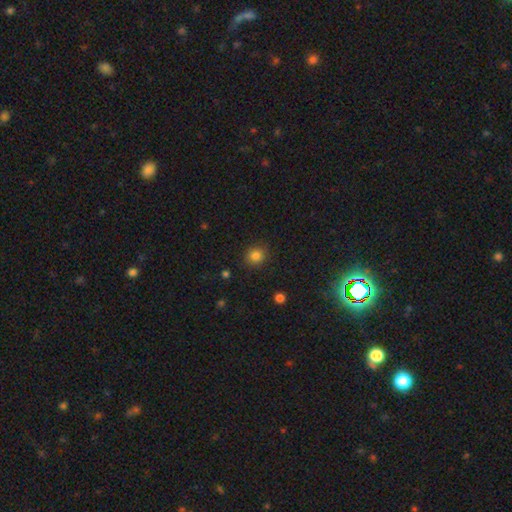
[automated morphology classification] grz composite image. It shows a smooth galaxy with no disk features (83%) that is round (84%). Merging: none (87%).